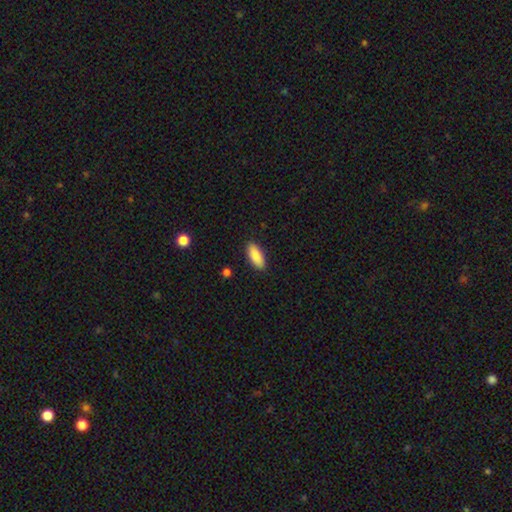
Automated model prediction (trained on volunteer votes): A smooth galaxy with no disk features (89%) that is in between round and cigar-shaped (78%). Merging: none (89%).